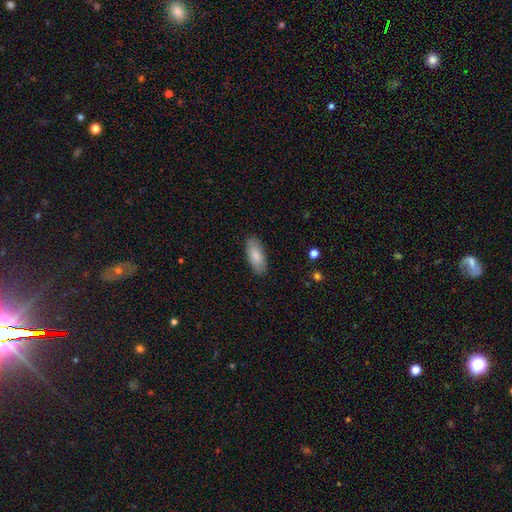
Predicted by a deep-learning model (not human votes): A smooth galaxy with no disk features (84%) that is in between round and cigar-shaped (85%). Merging: none (87%).